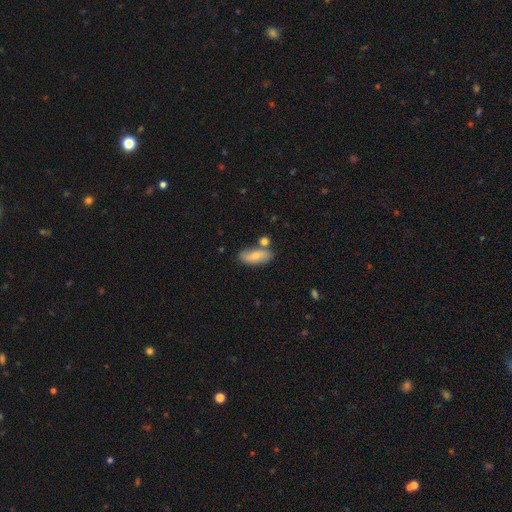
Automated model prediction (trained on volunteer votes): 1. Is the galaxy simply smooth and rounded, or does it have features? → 71% smooth, 23% featured or disk, 6% star or artifact.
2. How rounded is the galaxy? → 81% in between, 15% cigar-shaped, 4% round.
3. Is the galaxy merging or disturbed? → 67% none, 15% minor disturbance, 14% merger, 4% major disturbance.